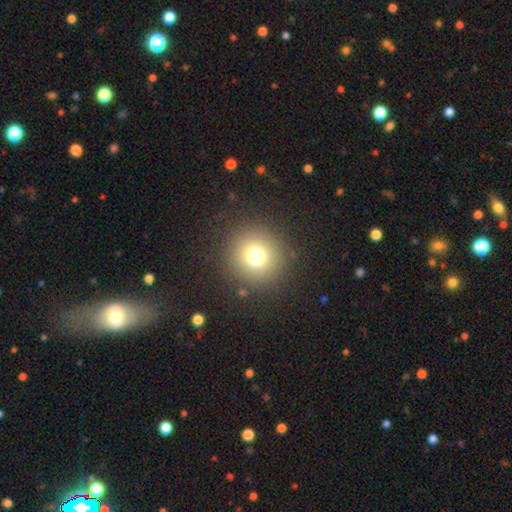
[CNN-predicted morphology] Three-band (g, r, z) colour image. It shows a smooth galaxy with no disk features (73%) that is round (95%). Merging: none (88%).